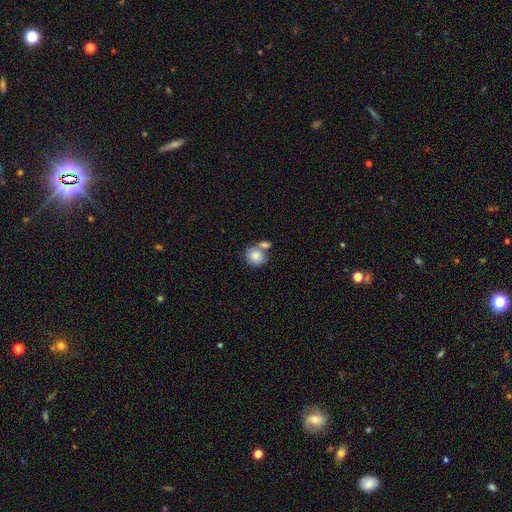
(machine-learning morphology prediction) This appears to be a smooth galaxy with no disk features (84%) that is round (79%). Merging: none (44%).